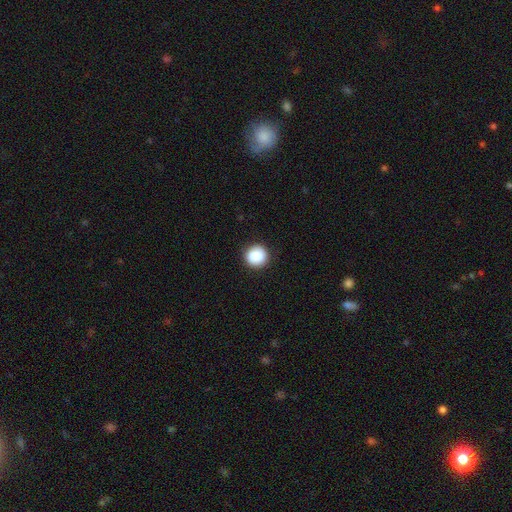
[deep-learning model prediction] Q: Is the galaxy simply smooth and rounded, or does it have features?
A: smooth — 86%.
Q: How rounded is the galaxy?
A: round — 91%.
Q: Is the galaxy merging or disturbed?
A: none — 89%.